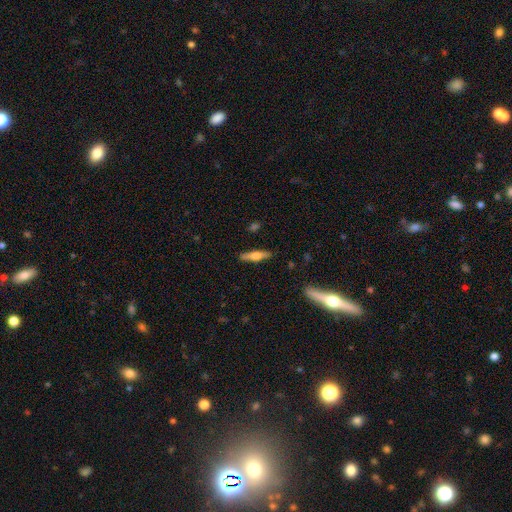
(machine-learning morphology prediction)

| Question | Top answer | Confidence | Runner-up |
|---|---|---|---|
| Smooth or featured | smooth | 47% | tied: featured or disk (47%) |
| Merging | none | 88% | minor disturbance (9%) |